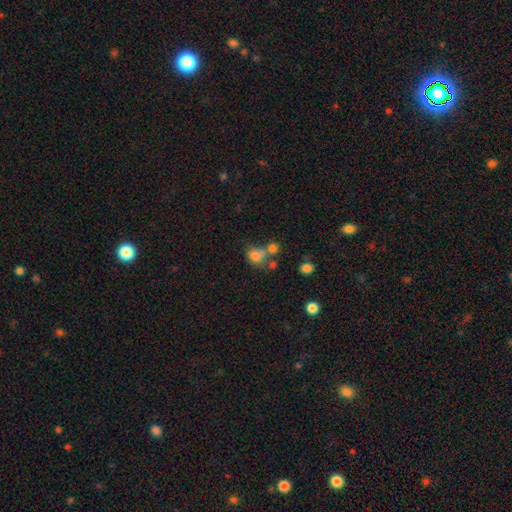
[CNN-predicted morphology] This appears to be a smooth galaxy with no disk features (75%) that is round (65%). Merging: merger (42%).